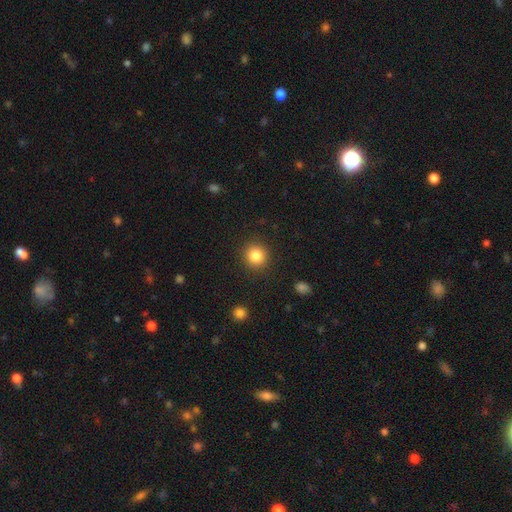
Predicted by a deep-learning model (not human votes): This appears to be a smooth galaxy with no disk features (83%) that is round (92%). Merging: none (91%).